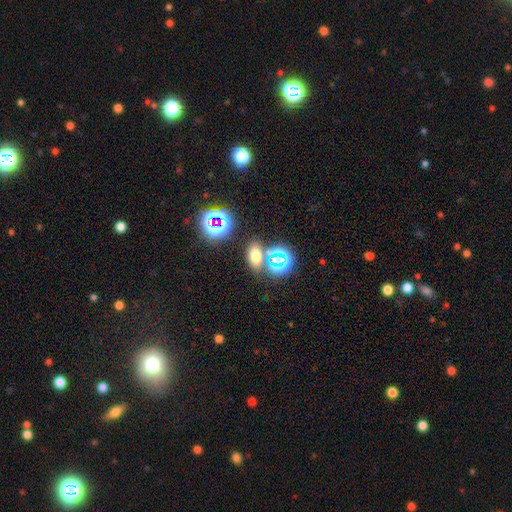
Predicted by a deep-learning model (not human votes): A smooth galaxy with no disk features (61%) that is in between round and cigar-shaped (76%).

Vote fractions:
- Smooth or featured? smooth: 61% / star or artifact: 30% / featured or disk: 10%
- How rounded? in between: 76% / round: 22% / cigar-shaped: 3%
- Merging? none: 70% / merger: 16% / minor disturbance: 10% / major disturbance: 4%